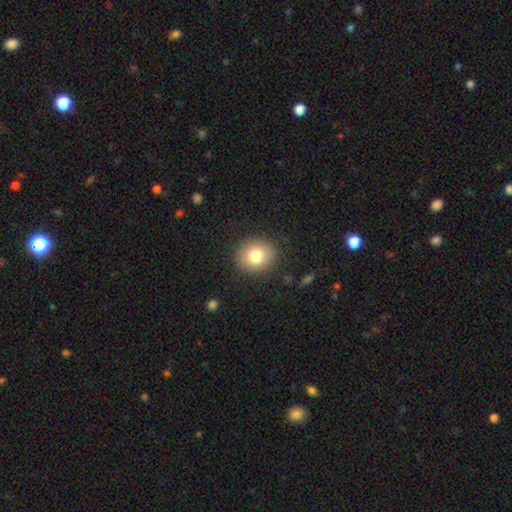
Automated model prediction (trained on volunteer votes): Morphology: type=smooth (80%); roundness=round (77%); merging=none (88%).